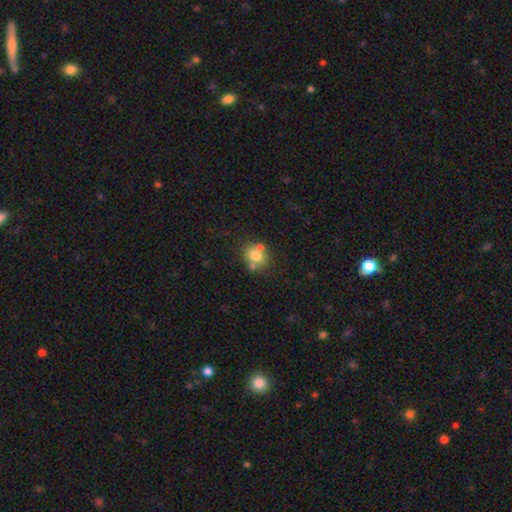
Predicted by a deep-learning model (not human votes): The model was most divided on "how rounded": round: 62%, in between: 37%, cigar-shaped: 1%. More confident: smooth or featured — smooth (70%); merging — none (56%).